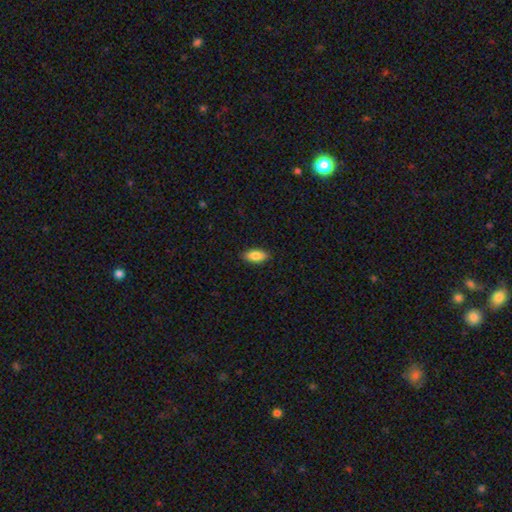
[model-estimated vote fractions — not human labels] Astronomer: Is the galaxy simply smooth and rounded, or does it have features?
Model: smooth — 86%.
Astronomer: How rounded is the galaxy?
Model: in between — 85%.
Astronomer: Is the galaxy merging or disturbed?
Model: none — 89%.